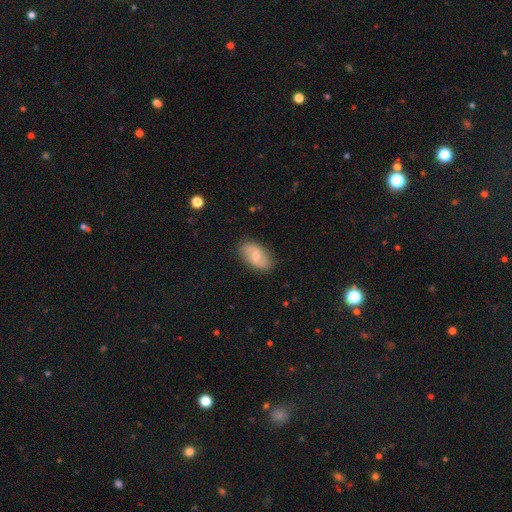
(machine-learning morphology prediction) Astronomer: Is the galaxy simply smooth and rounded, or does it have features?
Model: featured or disk — 48% (runner-up: smooth, 46%).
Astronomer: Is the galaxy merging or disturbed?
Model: none — 85%.